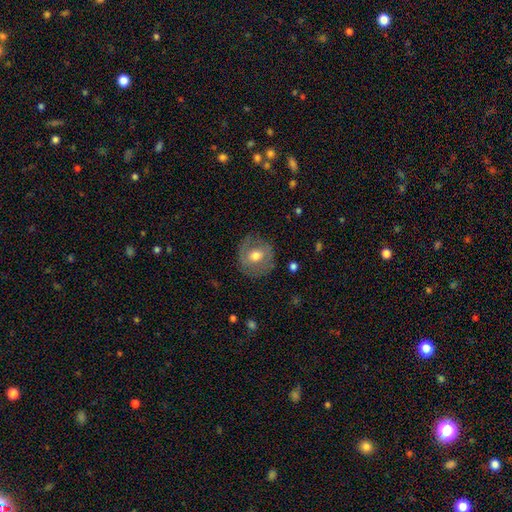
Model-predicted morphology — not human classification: Smooth or featured? Predicted: smooth (p=0.52). How rounded? Predicted: round (p=0.85). Merging? Predicted: none (p=0.78).